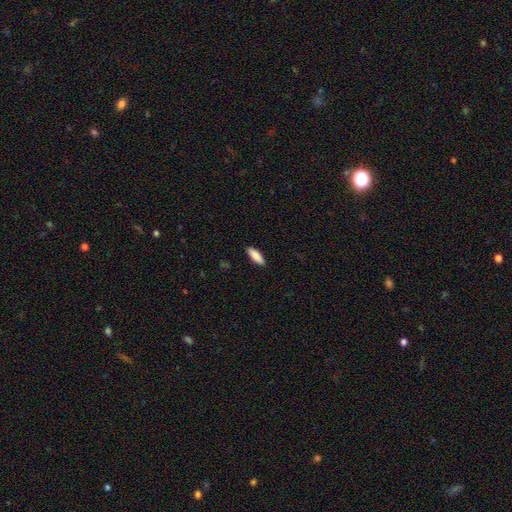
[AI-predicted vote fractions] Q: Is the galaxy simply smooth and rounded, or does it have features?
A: smooth — 88%.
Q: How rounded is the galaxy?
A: in between — 57%.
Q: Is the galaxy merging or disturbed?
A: none — 89%.